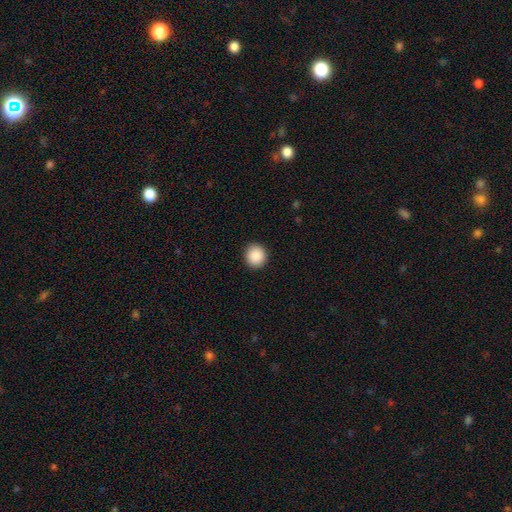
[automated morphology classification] This appears to be a smooth galaxy with no disk features (89%) that is round (91%). Merging: none (92%).